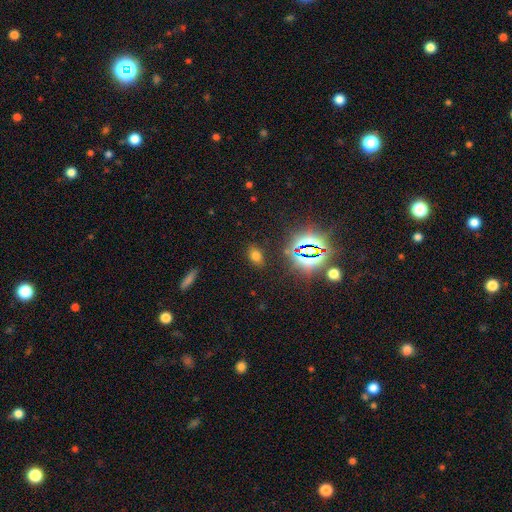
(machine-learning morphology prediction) Smooth or featured: smooth — 62% (star or artifact — 30%)
How rounded: in between — 76% (round — 22%)
Merging: none — 84% (minor disturbance — 10%)